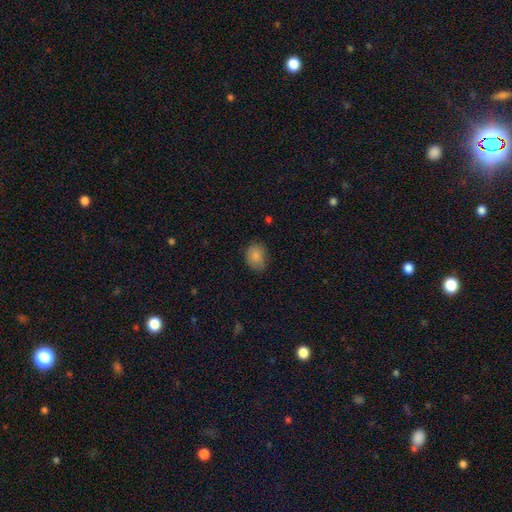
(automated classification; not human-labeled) A smooth galaxy with no disk features (85%) that is in between round and cigar-shaped (58%). Merging: none (74%).